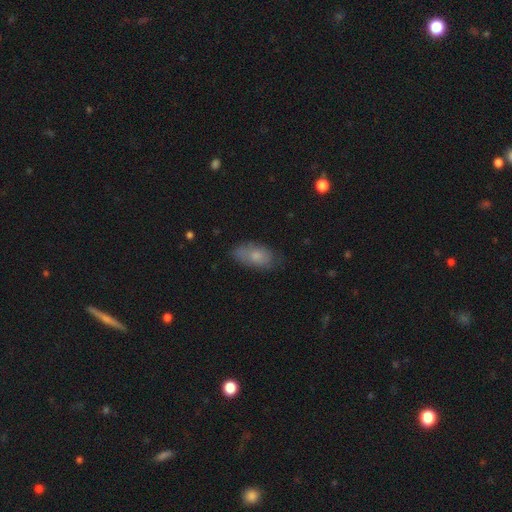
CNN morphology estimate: A smooth galaxy with no disk features (75%) that is in between round and cigar-shaped (90%). Merging: none (71%).